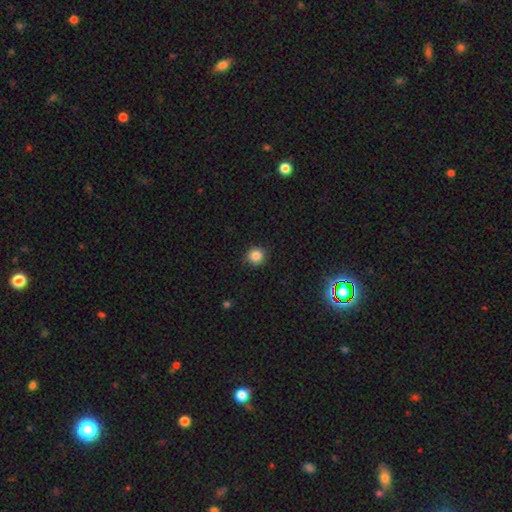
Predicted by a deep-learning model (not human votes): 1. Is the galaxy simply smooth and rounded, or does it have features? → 86% smooth, 10% star or artifact, 4% featured or disk.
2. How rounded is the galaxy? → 94% round, 5% in between, 1% cigar-shaped.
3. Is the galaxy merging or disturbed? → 91% none, 6% minor disturbance, 2% major disturbance, 1% merger.